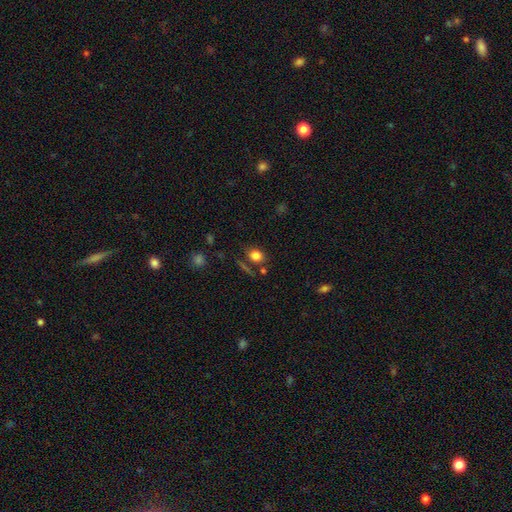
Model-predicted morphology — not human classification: smooth-or-featured: smooth: 80% | star or artifact: 12% | featured or disk: 8%
  how-rounded: round: 50% | in between: 48% | cigar-shaped: 2%
  merging: none: 72% | minor disturbance: 13% | merger: 10% | major disturbance: 5%